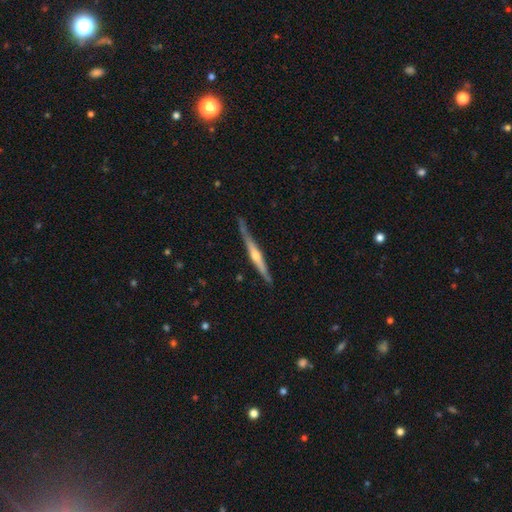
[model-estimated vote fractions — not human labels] This appears to be a featured or disk galaxy (74%) viewed edge-on (98%) with a rounded central bulge (82%). Merging: none (80%).